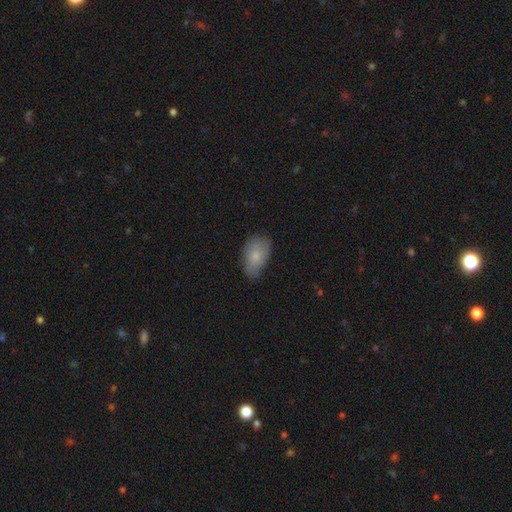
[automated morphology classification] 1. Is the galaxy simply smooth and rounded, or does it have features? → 77% smooth, 16% featured or disk, 7% star or artifact.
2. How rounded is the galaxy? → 91% in between, 7% round, 2% cigar-shaped.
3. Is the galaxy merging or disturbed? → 66% none, 27% minor disturbance, 5% major disturbance, 1% merger.